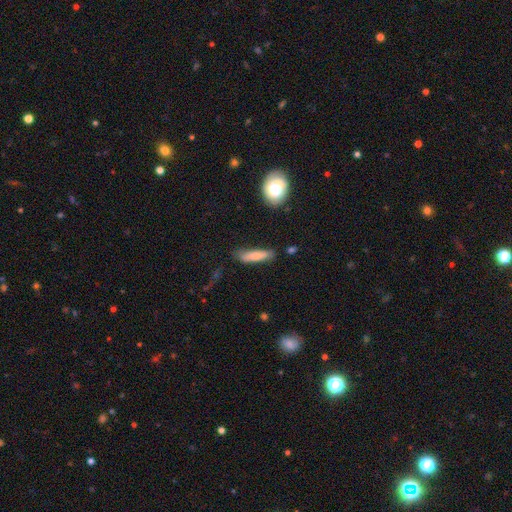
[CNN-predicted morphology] Smooth or featured?
  - smooth: 76% *
  - featured or disk: 17%
  - star or artifact: 7%
How rounded?
  - cigar-shaped: 75% *
  - in between: 23%
  - round: 2%
Merging?
  - none: 71% *
  - minor disturbance: 21%
  - major disturbance: 5%
  - merger: 3%